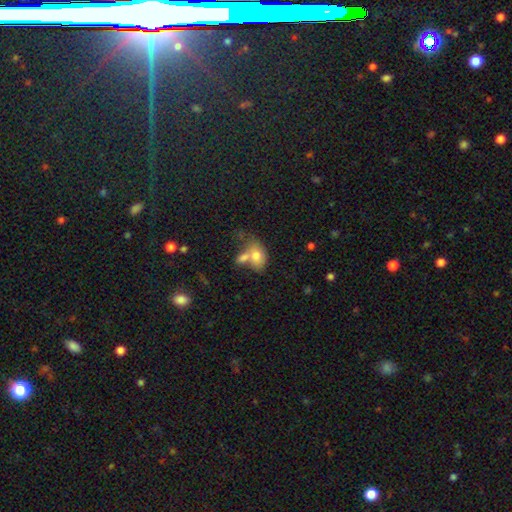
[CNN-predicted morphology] Q: Smooth or featured?
A: smooth (74%); runner-up: featured or disk (17%)
Q: How rounded?
A: in between (83%); runner-up: round (16%)
Q: Merging?
A: merger (48%); runner-up: none (30%)